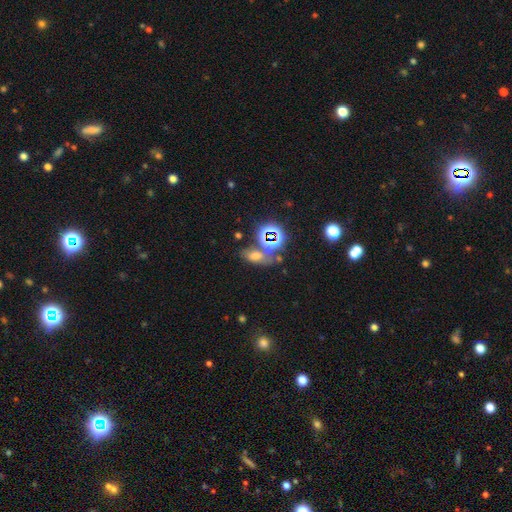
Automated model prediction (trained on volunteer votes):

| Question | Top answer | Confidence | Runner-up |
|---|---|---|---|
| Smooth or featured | smooth | 51% | star or artifact (37%) |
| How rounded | in between | 78% | round (16%) |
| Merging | none | 55% | merger (22%) |